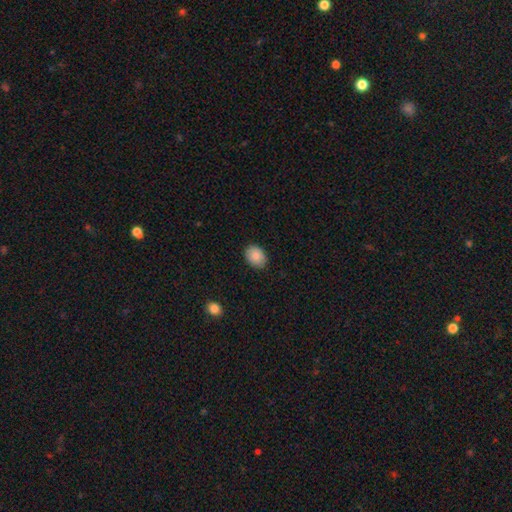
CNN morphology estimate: This appears to be a smooth galaxy with no disk features (87%) that is in between round and cigar-shaped (66%). Merging: none (86%).